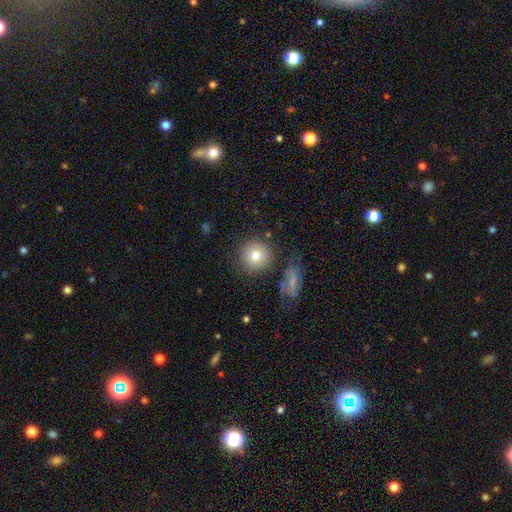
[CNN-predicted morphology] Overall: smooth (78%). How rounded: round (93%). Merging: none (81%).